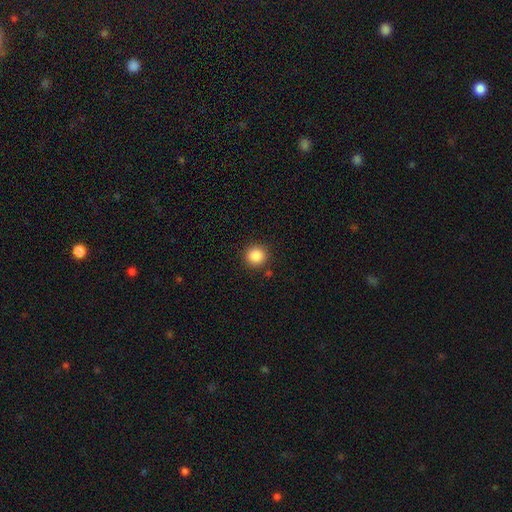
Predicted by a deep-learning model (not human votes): smooth-or-featured: smooth: 86% | star or artifact: 10% | featured or disk: 4%
  how-rounded: round: 93% | in between: 6% | cigar-shaped: 1%
  merging: none: 89% | minor disturbance: 6% | major disturbance: 2% | merger: 2%